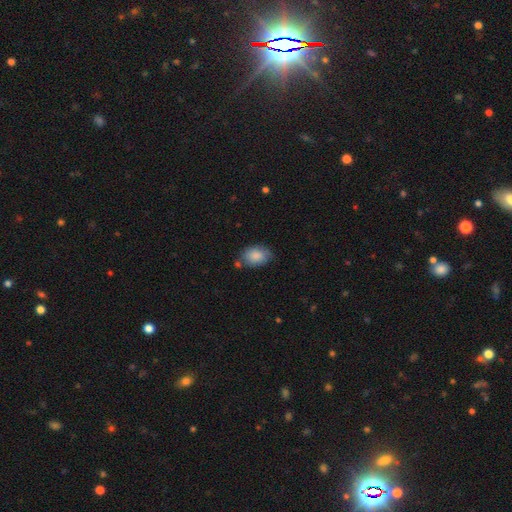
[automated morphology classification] Overall: smooth (86%). How rounded: in between (81%). Merging: none (67%).